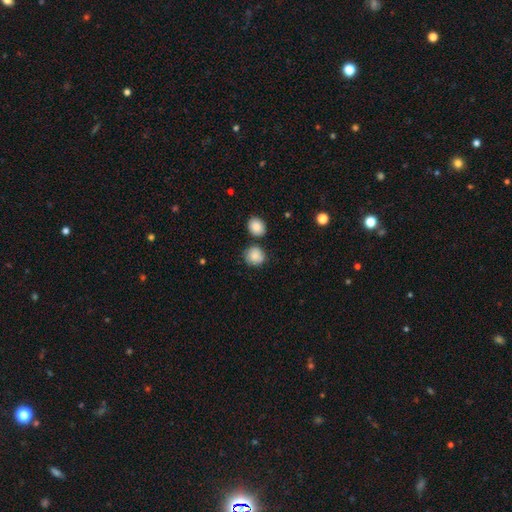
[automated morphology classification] The model was most divided on "merging": none: 71%, minor disturbance: 16%, merger: 9%, major disturbance: 4%. More confident: how rounded — round (85%); smooth or featured — smooth (83%).